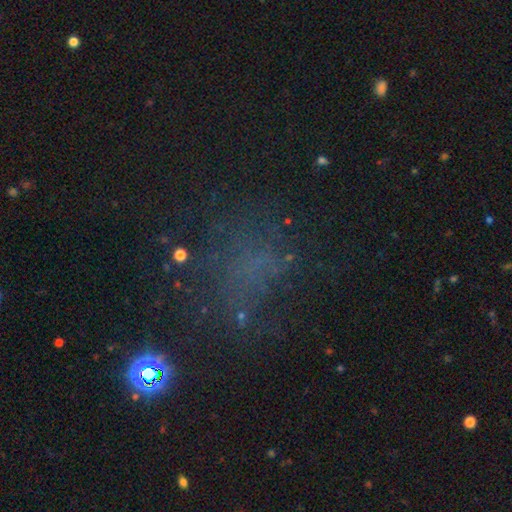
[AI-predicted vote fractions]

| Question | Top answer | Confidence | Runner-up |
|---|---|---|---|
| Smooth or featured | star or artifact | 43% | smooth (35%) |